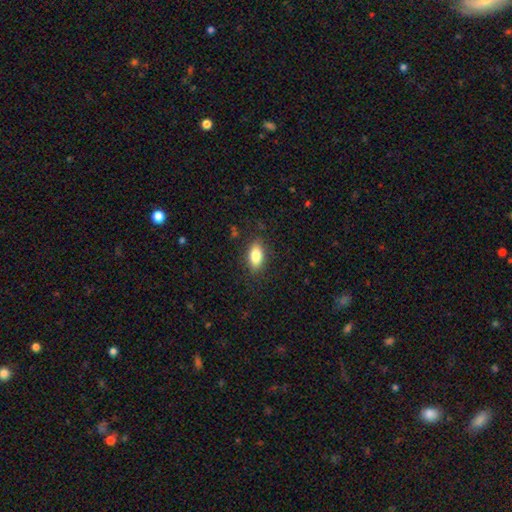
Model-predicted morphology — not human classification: A smooth galaxy with no disk features (84%) that is in between round and cigar-shaped (89%). Merging: none (85%).